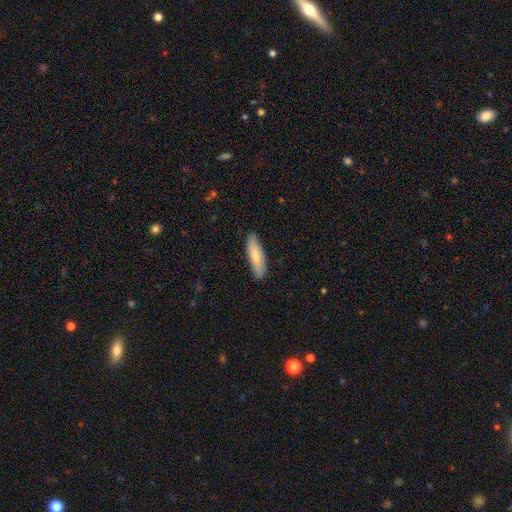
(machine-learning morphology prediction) A smooth galaxy with no disk features (74%) that is cigar-shaped (55%). Merging: none (87%).